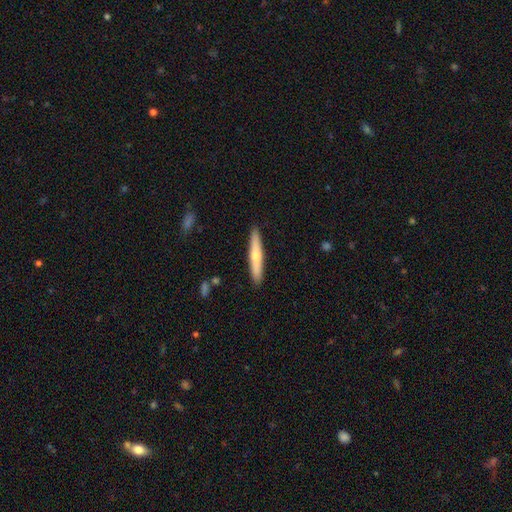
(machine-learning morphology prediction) smooth_or_featured: smooth (p=0.48) [alt: featured or disk p=0.47]
merging: none (p=0.91) [alt: minor disturbance p=0.06]